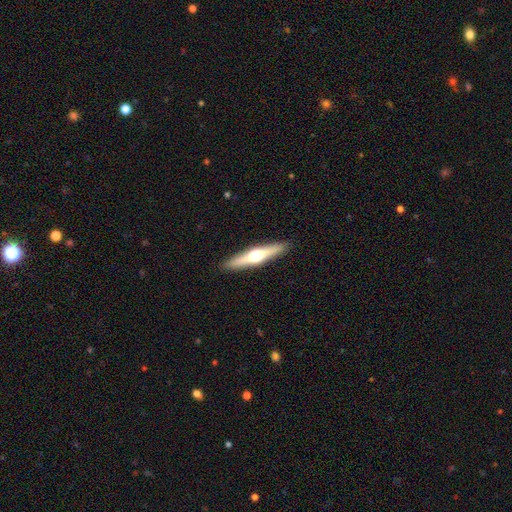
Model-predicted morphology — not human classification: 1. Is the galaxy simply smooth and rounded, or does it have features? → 60% featured or disk, 35% smooth, 5% star or artifact.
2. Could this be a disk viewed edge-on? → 96% yes, 4% no.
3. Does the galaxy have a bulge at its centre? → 94% rounded, 3% boxy, 3% none.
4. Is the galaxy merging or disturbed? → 91% none, 6% minor disturbance, 1% major disturbance, 1% merger.